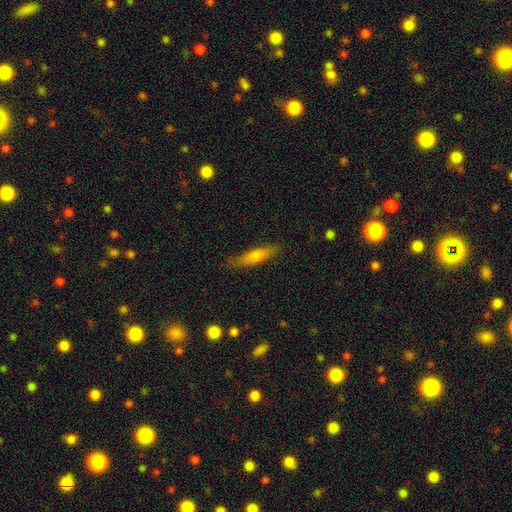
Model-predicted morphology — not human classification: This appears to be a smooth galaxy with no disk features (61%) that is cigar-shaped (77%). Merging: none (84%).